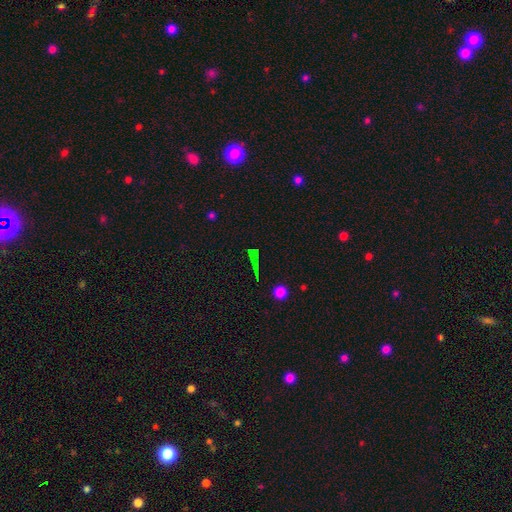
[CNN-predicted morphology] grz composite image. It shows a star or artifact, not a galaxy (62%).